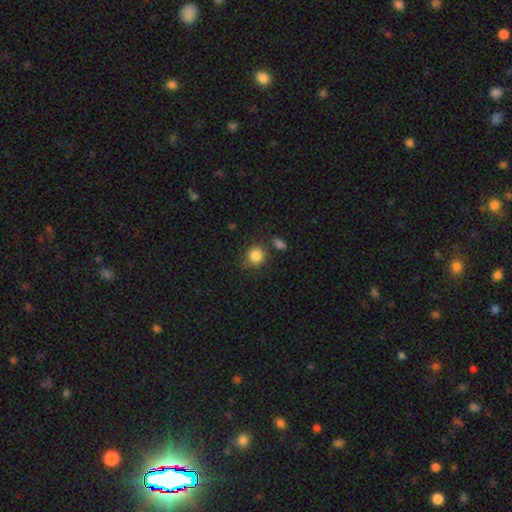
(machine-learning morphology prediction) smooth 86%, star or artifact 10%, featured or disk 5%. Down the decision tree: how rounded — round (86%); merging — none (75%).